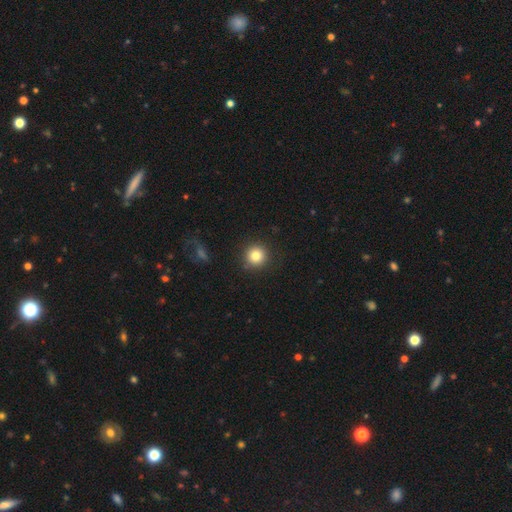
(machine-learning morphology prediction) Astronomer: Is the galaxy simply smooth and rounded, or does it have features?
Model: smooth — 83%.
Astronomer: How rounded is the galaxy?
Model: round — 94%.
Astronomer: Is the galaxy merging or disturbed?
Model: none — 89%.